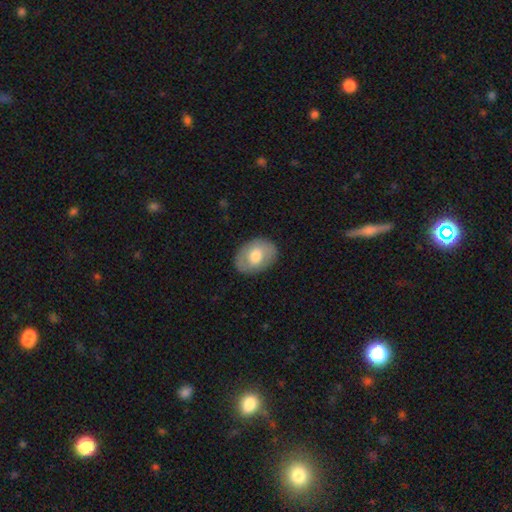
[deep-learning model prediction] Morphology: type=smooth (64%); roundness=in between (77%); merging=none (84%).